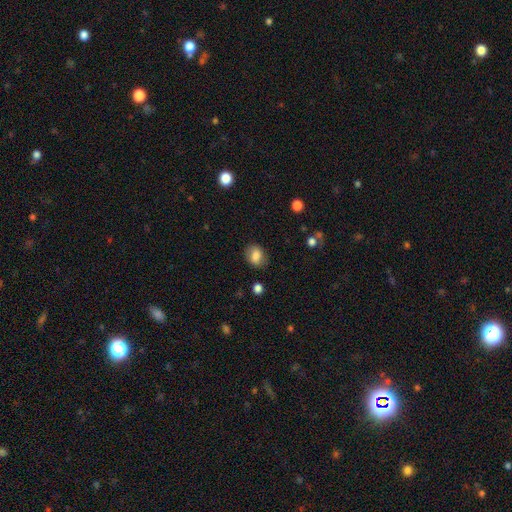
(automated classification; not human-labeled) Morphology: type=smooth (81%); roundness=in between (60%); merging=none (81%).